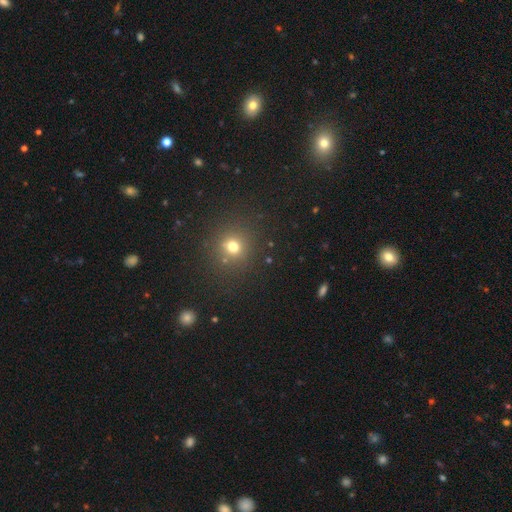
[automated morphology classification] smooth_or_featured: smooth (p=0.56) [alt: star or artifact p=0.38]
how_rounded: round (p=0.90) [alt: in between p=0.08]
merging: none (p=0.91) [alt: minor disturbance p=0.05]